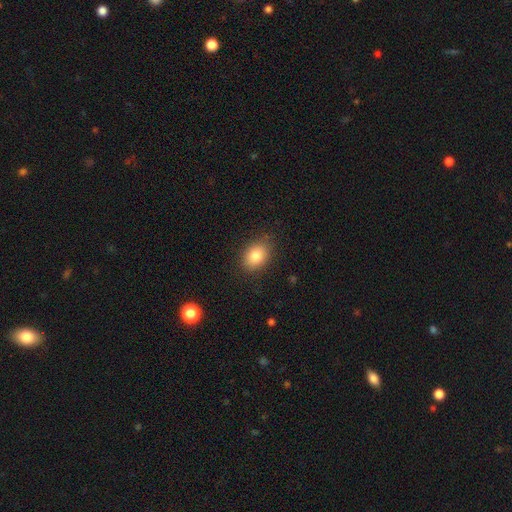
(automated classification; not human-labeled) Morphology: type=smooth (83%); roundness=in between (71%); merging=none (84%).